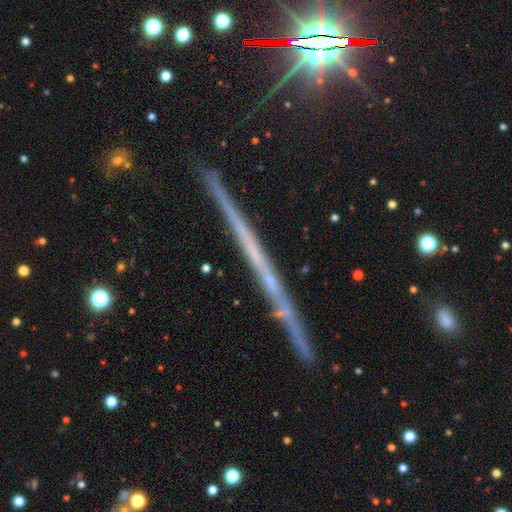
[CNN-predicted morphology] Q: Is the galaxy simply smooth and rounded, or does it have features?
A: featured or disk — 63%.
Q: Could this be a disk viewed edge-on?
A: yes — 97%.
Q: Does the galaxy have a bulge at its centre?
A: none — 88%.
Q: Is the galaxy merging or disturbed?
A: none — 88%.